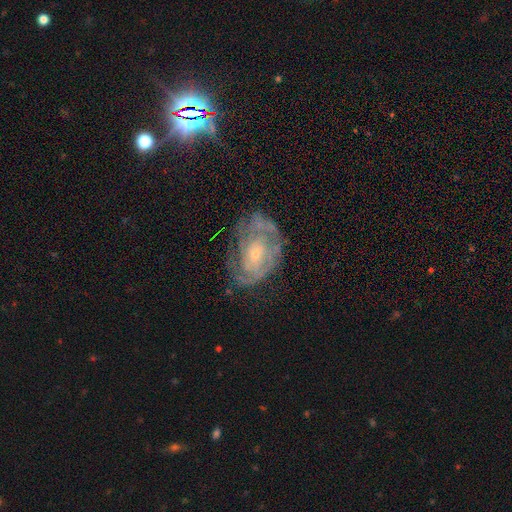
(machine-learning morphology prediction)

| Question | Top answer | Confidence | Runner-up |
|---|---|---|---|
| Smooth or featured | featured or disk | 79% | smooth (14%) |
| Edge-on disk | no | 97% | yes (3%) |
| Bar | no | 72% | weak (23%) |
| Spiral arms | yes | 84% | no (16%) |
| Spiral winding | tight | 63% | medium (28%) |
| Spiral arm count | can't tell | 46% | 2 (25%) |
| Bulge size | small | 72% | moderate (22%) |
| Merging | none | 61% | minor disturbance (22%) |